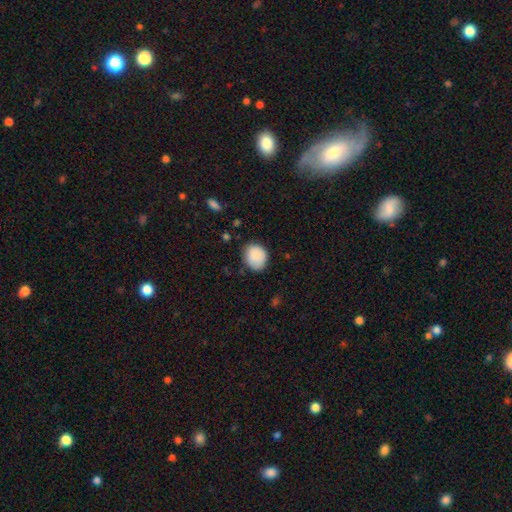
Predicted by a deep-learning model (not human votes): Smooth or featured? Predicted: smooth (p=0.88). How rounded? Predicted: round (p=0.61). Merging? Predicted: none (p=0.78).